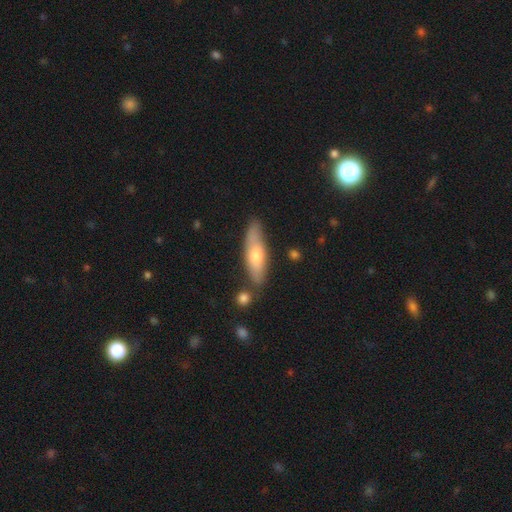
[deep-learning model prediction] Smooth or featured? smooth (59%)
How rounded? cigar-shaped (62%)
Merging? none (75%)